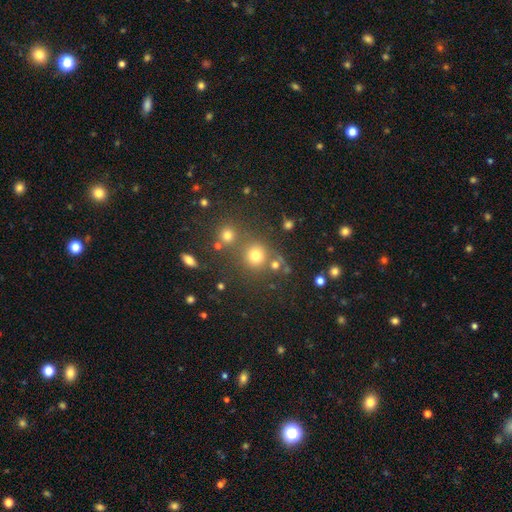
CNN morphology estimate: Smooth or featured: smooth — 75% (star or artifact — 18%)
How rounded: round — 90% (in between — 9%)
Merging: none — 70% (merger — 17%)